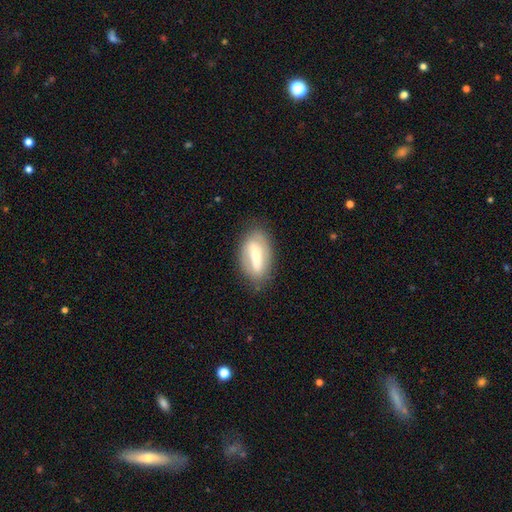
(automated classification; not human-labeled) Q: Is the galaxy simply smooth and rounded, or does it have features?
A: featured or disk — 50%.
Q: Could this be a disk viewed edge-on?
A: no — 80%.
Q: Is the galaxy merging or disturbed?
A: none — 77%.